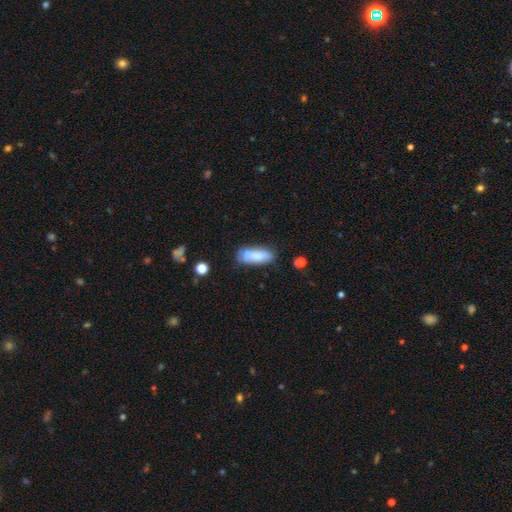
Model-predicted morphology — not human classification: Smooth or featured? Predicted: smooth (p=0.75). How rounded? Predicted: in between (p=0.69). Merging? Predicted: none (p=0.59).